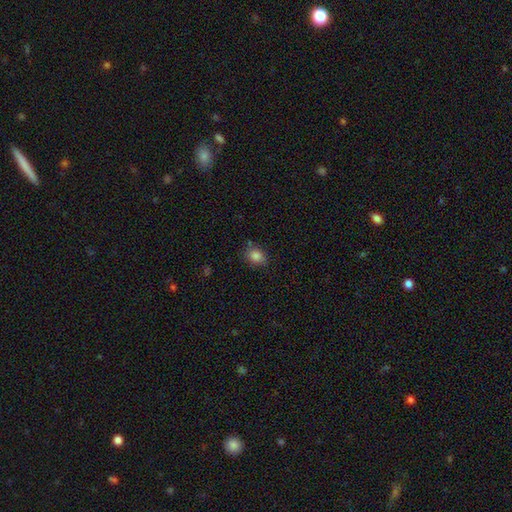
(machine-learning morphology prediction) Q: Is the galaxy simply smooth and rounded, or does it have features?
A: smooth — 84%.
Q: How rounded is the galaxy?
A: in between — 57%.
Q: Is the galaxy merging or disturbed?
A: none — 77%.